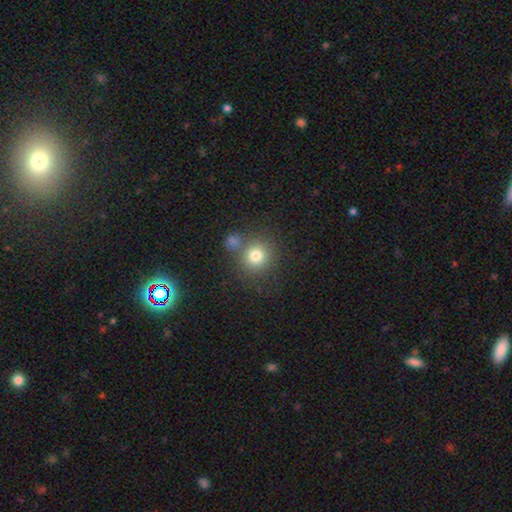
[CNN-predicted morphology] smooth 78%, star or artifact 13%, featured or disk 9%. Down the decision tree: how rounded — round (89%); merging — none (69%).